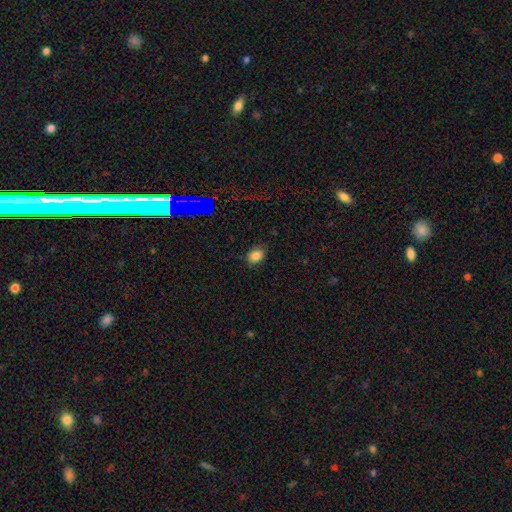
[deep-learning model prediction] Smooth or featured: smooth — 81% (star or artifact — 13%)
How rounded: in between — 63% (round — 35%)
Merging: none — 82% (minor disturbance — 14%)